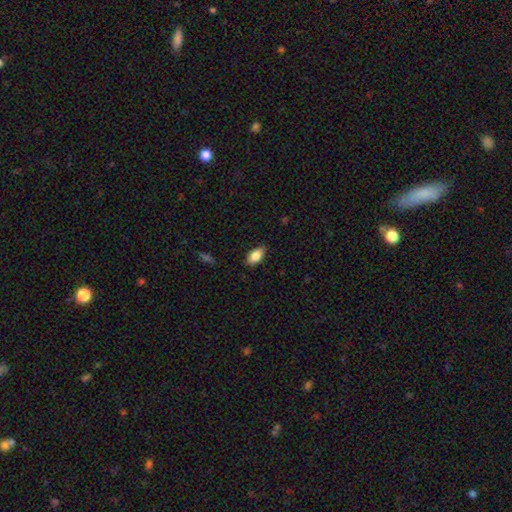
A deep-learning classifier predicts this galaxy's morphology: A smooth galaxy with no disk features (84%) that is in between round and cigar-shaped (91%).

Vote fractions:
- Smooth or featured? smooth: 84% / featured or disk: 9% / star or artifact: 7%
- How rounded? in between: 91% / cigar-shaped: 5% / round: 4%
- Merging? none: 83% / minor disturbance: 14% / major disturbance: 3% / merger: 1%